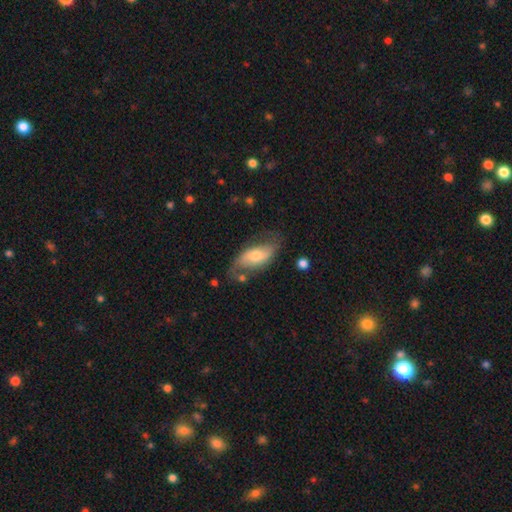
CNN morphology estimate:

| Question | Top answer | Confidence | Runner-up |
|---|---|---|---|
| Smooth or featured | featured or disk | 55% | smooth (38%) |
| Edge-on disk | no | 88% | yes (12%) |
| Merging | none | 58% | minor disturbance (24%) |